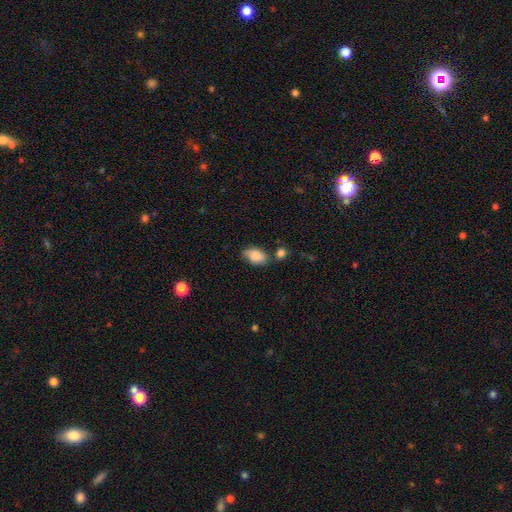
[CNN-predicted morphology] This appears to be a smooth galaxy with no disk features (77%) that is in between round and cigar-shaped (89%). Merging: none (59%).